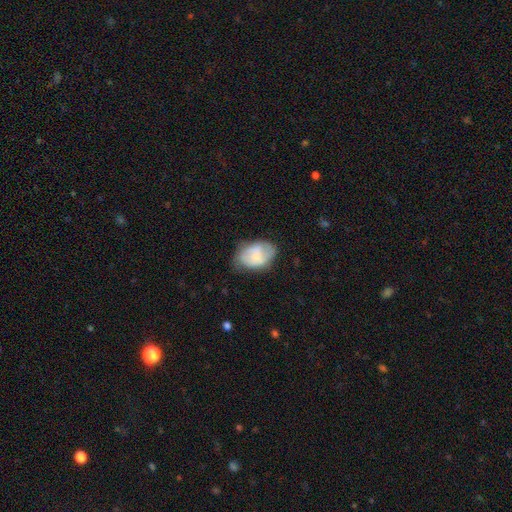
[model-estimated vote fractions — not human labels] The model was most divided on "merging": none: 57%, minor disturbance: 30%, major disturbance: 10%, merger: 2%. More confident: how rounded — in between (83%); smooth or featured — smooth (64%).